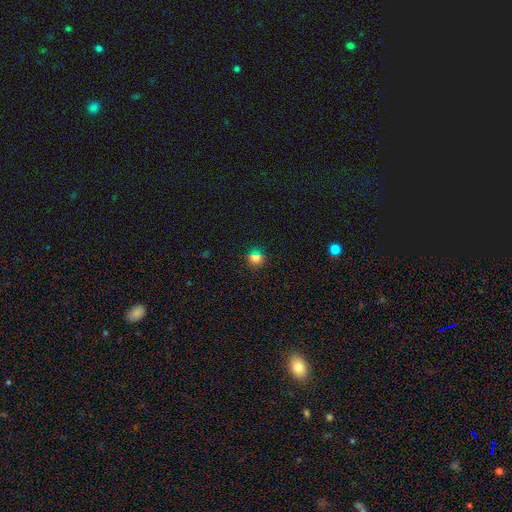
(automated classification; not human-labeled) Smooth or featured? Predicted: smooth (p=0.75). How rounded? Predicted: round (p=0.86). Merging? Predicted: none (p=0.88).